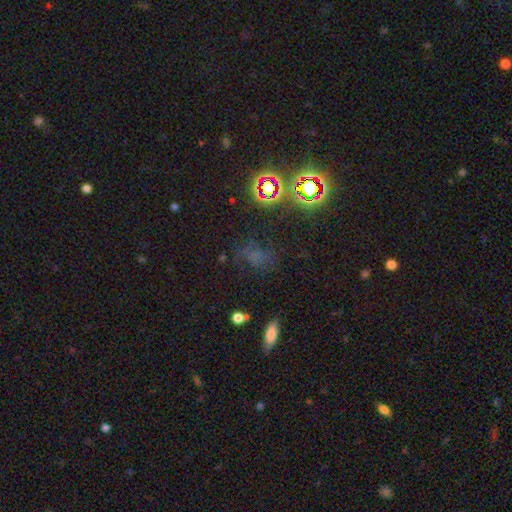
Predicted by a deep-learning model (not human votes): Q: Smooth or featured?
A: star or artifact (46%); runner-up: smooth (39%)